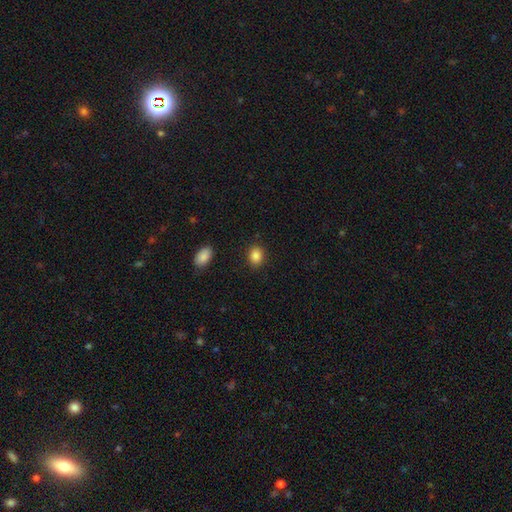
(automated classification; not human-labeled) This is clearly a smooth galaxy (87%). How rounded: possibly round (50%). Merging: clearly none (87%).